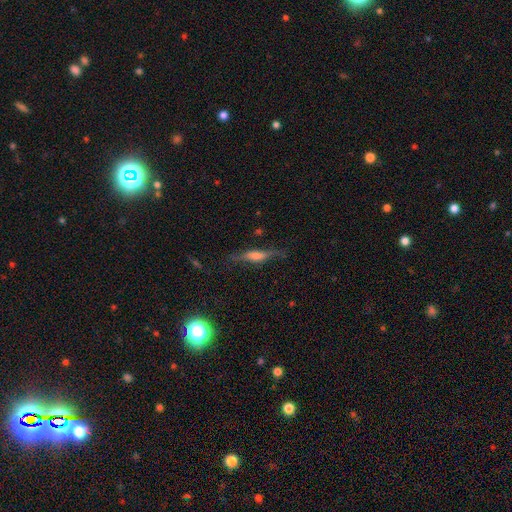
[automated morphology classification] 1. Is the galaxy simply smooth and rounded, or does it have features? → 62% featured or disk, 28% smooth, 11% star or artifact.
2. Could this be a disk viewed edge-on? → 93% yes, 7% no.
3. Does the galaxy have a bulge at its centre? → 63% rounded, 27% boxy, 10% none.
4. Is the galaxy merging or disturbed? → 77% none, 16% minor disturbance, 5% major disturbance, 2% merger.